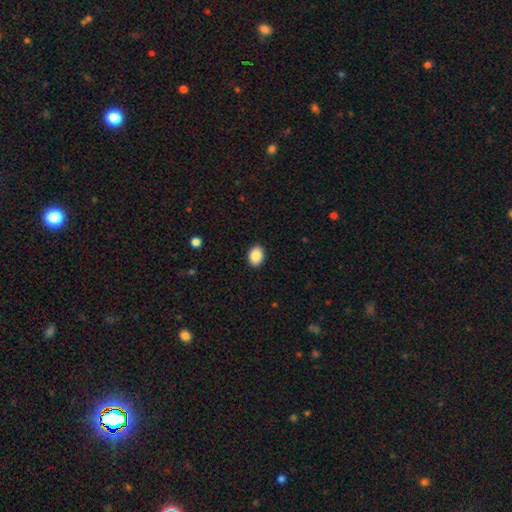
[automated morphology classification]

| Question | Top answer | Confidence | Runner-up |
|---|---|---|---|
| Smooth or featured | smooth | 88% | star or artifact (8%) |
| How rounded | in between | 68% | round (31%) |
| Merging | none | 90% | minor disturbance (7%) |